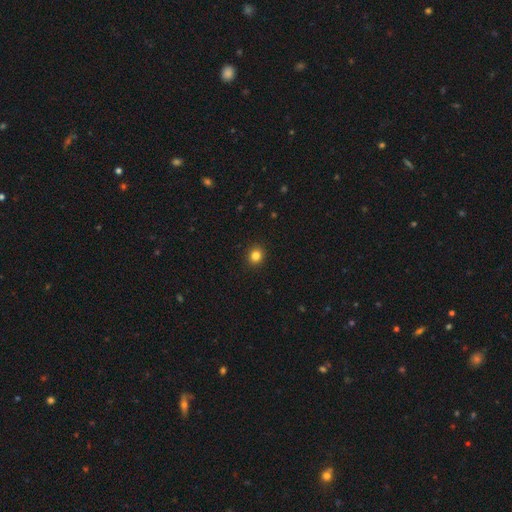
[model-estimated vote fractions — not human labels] Smooth or featured: smooth — 83% (star or artifact — 12%)
How rounded: round — 80% (in between — 19%)
Merging: none — 92% (minor disturbance — 5%)